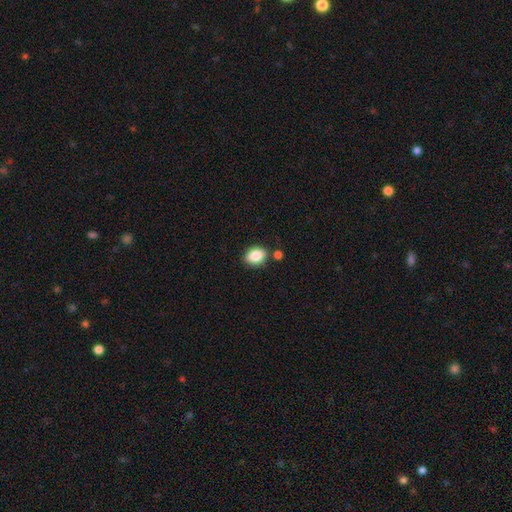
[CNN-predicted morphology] This is clearly a smooth galaxy (86%). How rounded: likely in between (68%). Merging: likely none (77%).